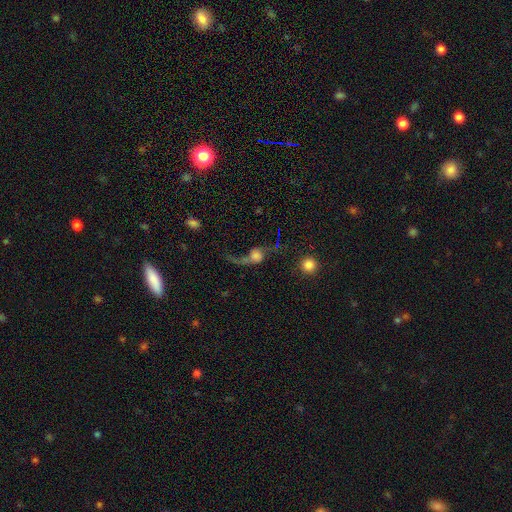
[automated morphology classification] Overall: featured or disk (55%; smooth 30%). Edge-on disk: no (88%). Merging: major disturbance (40%; none 32%).